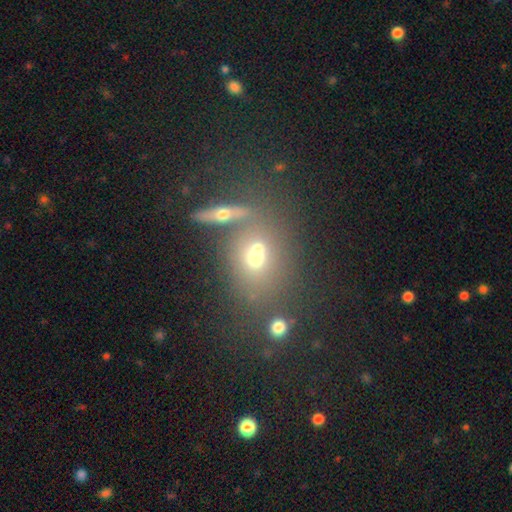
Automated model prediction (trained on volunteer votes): Smooth or featured: smooth — 57% (featured or disk — 25%)
How rounded: in between — 53% (round — 43%)
Merging: none — 50% (merger — 31%)